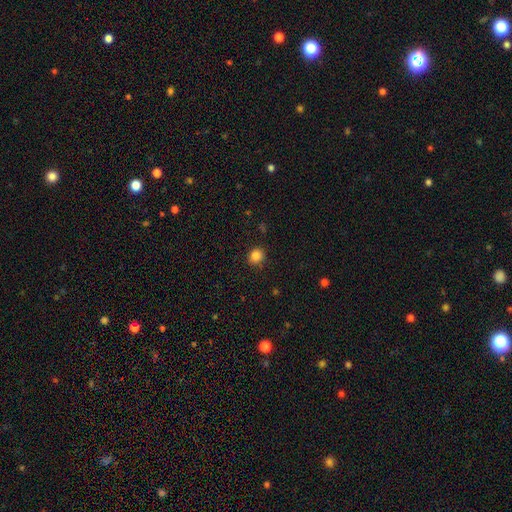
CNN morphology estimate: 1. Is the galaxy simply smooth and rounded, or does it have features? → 85% smooth, 11% star or artifact, 4% featured or disk.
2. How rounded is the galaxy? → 83% round, 16% in between, 1% cigar-shaped.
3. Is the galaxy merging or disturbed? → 89% none, 8% minor disturbance, 2% major disturbance, 1% merger.